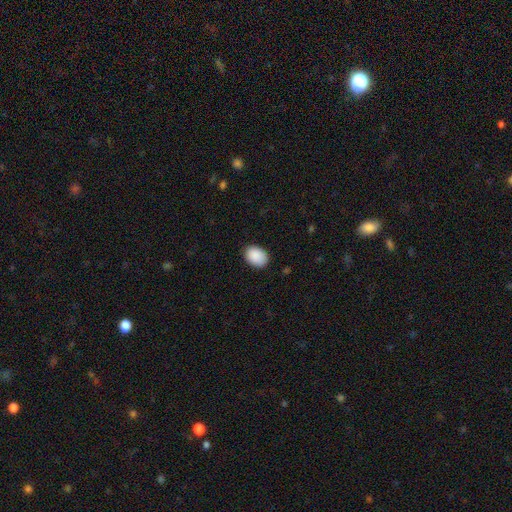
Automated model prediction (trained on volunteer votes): The model was most divided on "how rounded": in between: 73%, round: 26%, cigar-shaped: 1%. More confident: smooth or featured — smooth (90%); merging — none (86%).